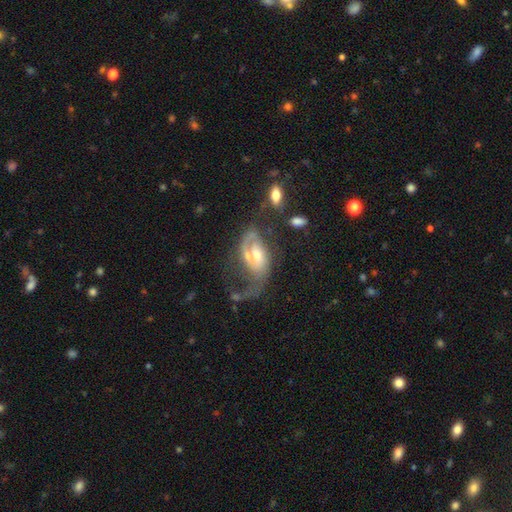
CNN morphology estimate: smooth-or-featured: featured or disk: 79% | smooth: 14% | star or artifact: 7%
  disk-edge-on: no: 96% | yes: 4%
    bar: no: 58% | weak: 34% | strong: 9%
    has-spiral-arms: yes: 89% | no: 11%
      spiral-winding: loose: 41% | medium: 38% | tight: 21%
      spiral-arm-count: 1: 46% | 2: 39% | can't tell: 10% | 3: 3% | 4: 1% | more than 4: 1%
    bulge-size: moderate: 57% | small: 27% | large: 11% | none: 3% | dominant: 2%
  merging: major disturbance: 42% | none: 28% | minor disturbance: 16% | merger: 14%